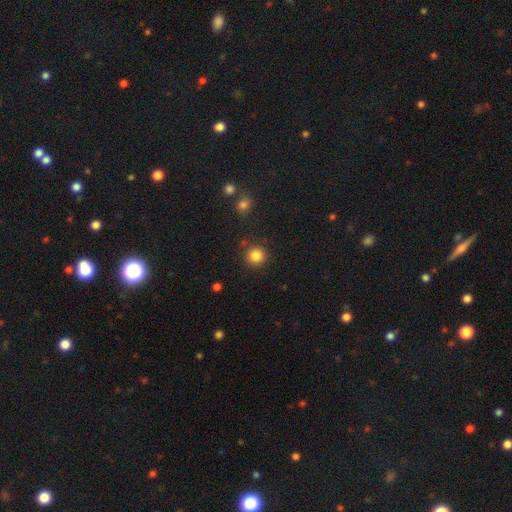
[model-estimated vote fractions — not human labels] This appears to be a smooth galaxy with no disk features (84%) that is round (94%). Merging: none (88%).